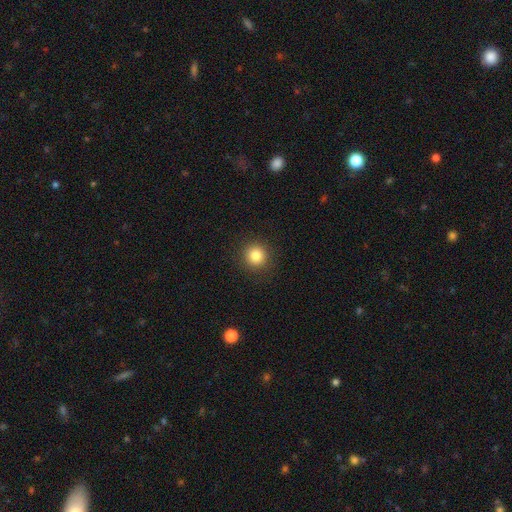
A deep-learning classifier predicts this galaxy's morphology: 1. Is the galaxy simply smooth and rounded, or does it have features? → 84% smooth, 11% star or artifact, 5% featured or disk.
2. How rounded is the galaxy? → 93% round, 6% in between, 1% cigar-shaped.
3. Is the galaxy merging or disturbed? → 91% none, 5% minor disturbance, 2% major disturbance, 1% merger.